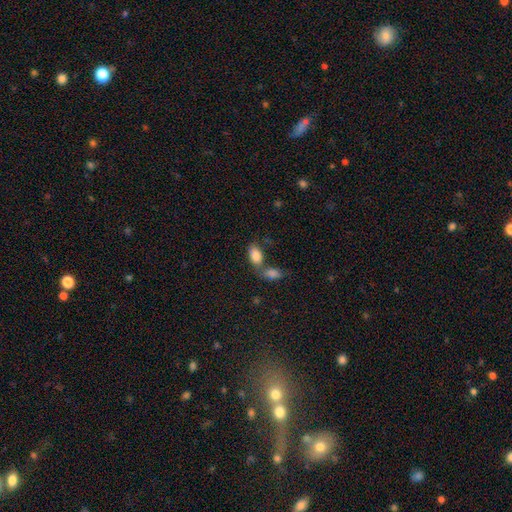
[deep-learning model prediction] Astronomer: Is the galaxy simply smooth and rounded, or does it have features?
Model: smooth — 85%.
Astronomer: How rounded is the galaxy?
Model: in between — 93%.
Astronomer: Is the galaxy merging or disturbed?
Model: none — 42%, tied with merger at 42%.